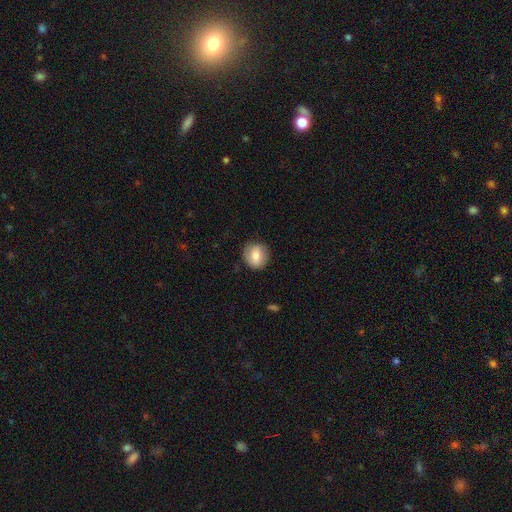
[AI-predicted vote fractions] smooth-or-featured: smooth: 73% | featured or disk: 20% | star or artifact: 8%
  how-rounded: round: 82% | in between: 17% | cigar-shaped: 1%
  merging: none: 85% | minor disturbance: 11% | major disturbance: 3% | merger: 1%